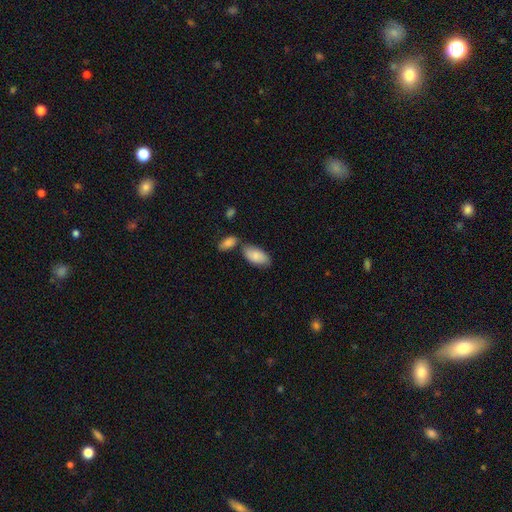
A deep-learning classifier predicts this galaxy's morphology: The model was most divided on "merging": none: 59%, merger: 21%, minor disturbance: 16%, major disturbance: 4%. More confident: how rounded — in between (94%); smooth or featured — smooth (84%).